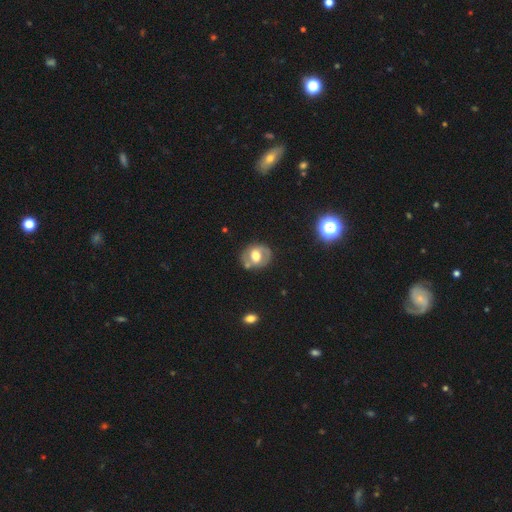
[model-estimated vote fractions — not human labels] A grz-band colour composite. It shows a featured or disk galaxy (50%). Merging: none (70%).